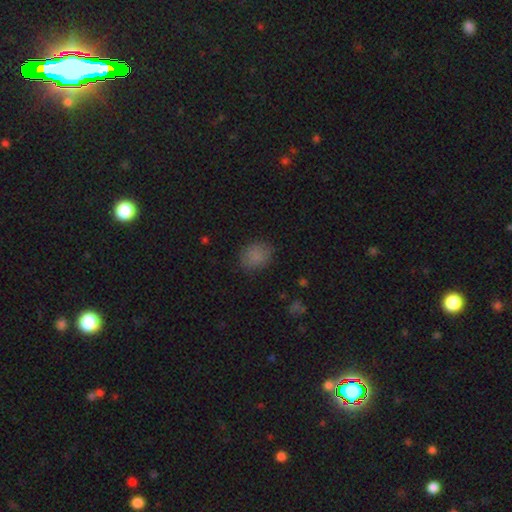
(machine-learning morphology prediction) A smooth galaxy with no disk features (83%) that is round (50%).

Vote fractions:
- Smooth or featured? smooth: 83% / star or artifact: 11% / featured or disk: 5%
- How rounded? round: 50% / in between: 49% / cigar-shaped: 1%
- Merging? none: 82% / minor disturbance: 14% / major disturbance: 3% / merger: 1%